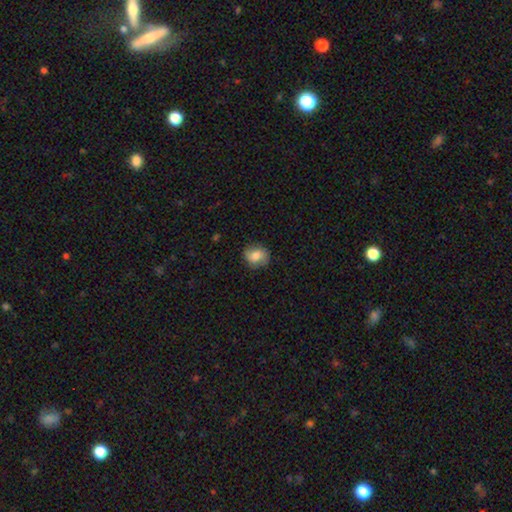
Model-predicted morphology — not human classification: type=smooth (67%); roundness=round (68%); merging=none (77%).